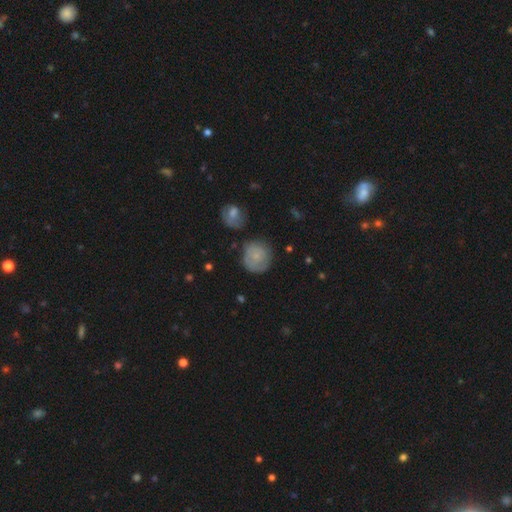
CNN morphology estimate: smooth-or-featured: smooth: 69% | featured or disk: 23% | star or artifact: 8%
  how-rounded: round: 87% | in between: 12% | cigar-shaped: 1%
  merging: none: 64% | minor disturbance: 23% | major disturbance: 8% | merger: 5%